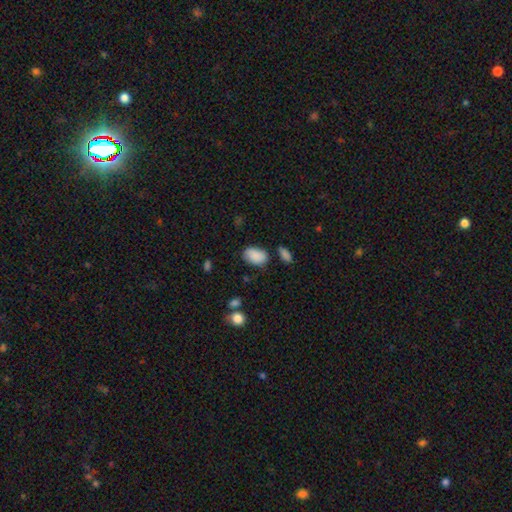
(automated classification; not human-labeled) Smooth or featured? smooth (87%)
How rounded? in between (89%)
Merging? none (69%)